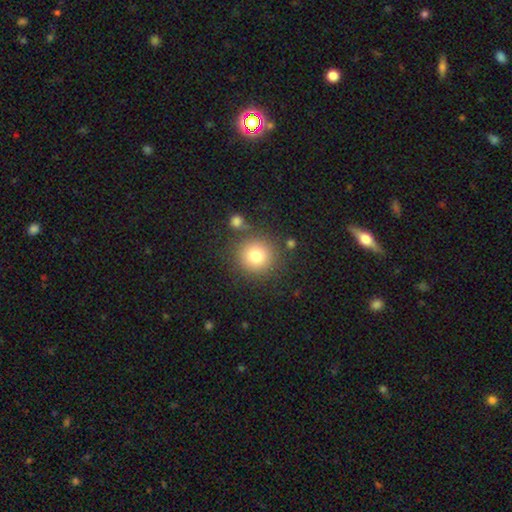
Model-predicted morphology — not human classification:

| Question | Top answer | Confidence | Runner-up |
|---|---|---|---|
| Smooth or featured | smooth | 79% | star or artifact (12%) |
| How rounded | round | 93% | in between (6%) |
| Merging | none | 82% | minor disturbance (9%) |